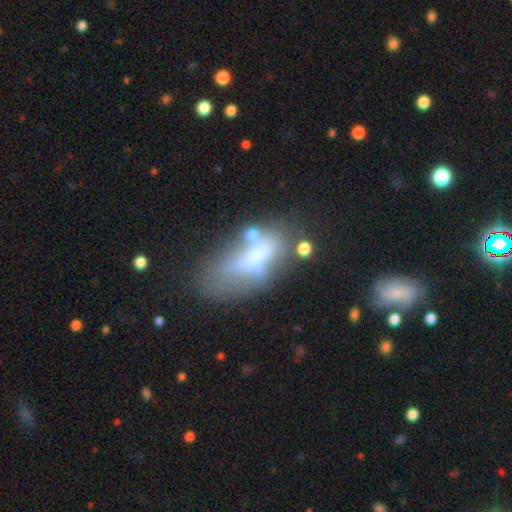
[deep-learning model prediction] Q: Smooth or featured?
A: smooth (48%); runner-up: featured or disk (40%)
Q: Merging?
A: none (33%); runner-up: major disturbance (26%)